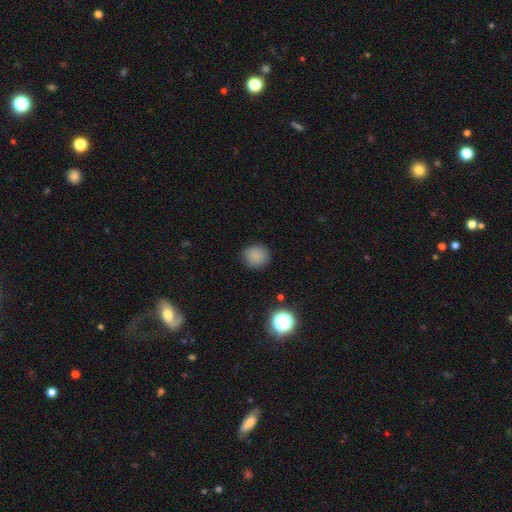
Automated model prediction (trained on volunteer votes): A smooth galaxy with no disk features (84%) that is round (88%). Merging: none (89%).